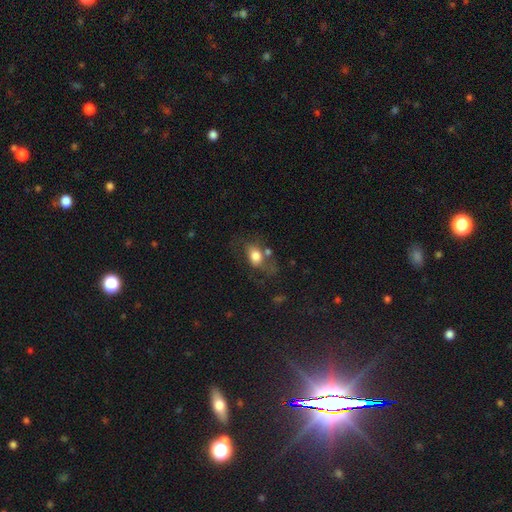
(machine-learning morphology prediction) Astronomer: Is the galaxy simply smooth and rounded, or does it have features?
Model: smooth — 70%.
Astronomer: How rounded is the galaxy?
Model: in between — 75%.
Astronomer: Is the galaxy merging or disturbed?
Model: none — 42% (runner-up: minor disturbance, 23%).